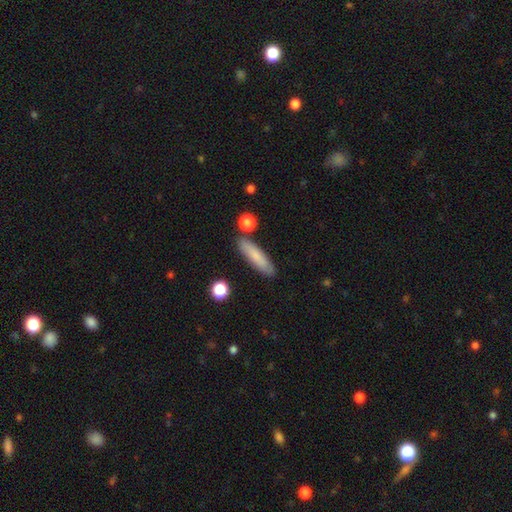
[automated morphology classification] Overall: smooth (79%). How rounded: cigar-shaped (76%). Merging: none (83%).